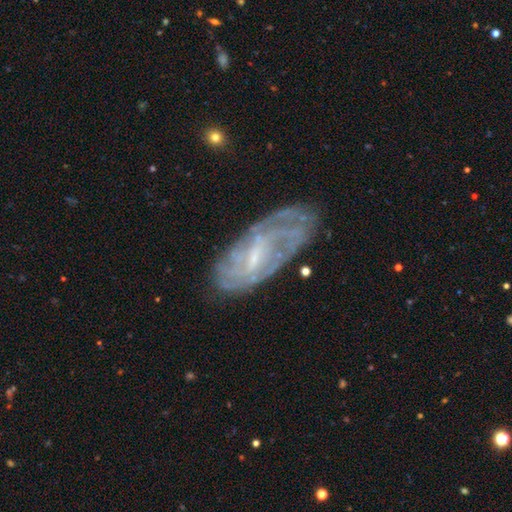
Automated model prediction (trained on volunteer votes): Smooth or featured?
  - featured or disk: 77% *
  - smooth: 14%
  - star or artifact: 8%
Edge-on disk?
  - no: 91% *
  - yes: 9%
Bar?
  - weak: 51% *
  - no: 34%
  - strong: 15%
Spiral arms?
  - yes: 87% *
  - no: 13%
Spiral winding?
  - tight: 61% *
  - medium: 29%
  - loose: 10%
Spiral arm count?
  - can't tell: 53% *
  - 2: 13%
  - 3: 12%
  - 4: 11%
  - more than 4: 6%
  - 1: 5%
Bulge size?
  - small: 59% *
  - moderate: 23%
  - none: 16%
  - large: 1%
  - dominant: 1%
Merging?
  - none: 69% *
  - minor disturbance: 20%
  - major disturbance: 9%
  - merger: 2%